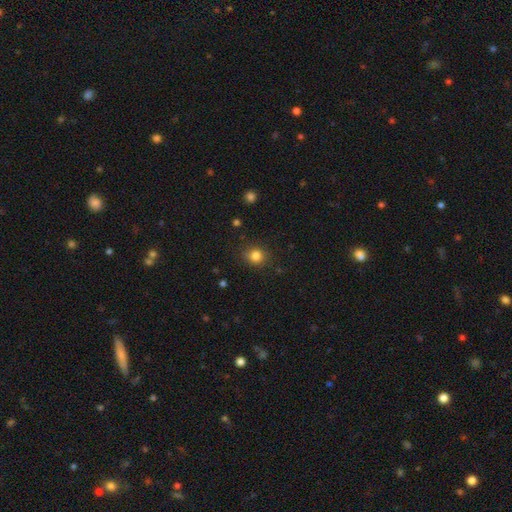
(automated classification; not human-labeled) The model was most divided on "how rounded": round: 80%, in between: 19%, cigar-shaped: 1%. More confident: merging — none (84%); smooth or featured — smooth (83%).